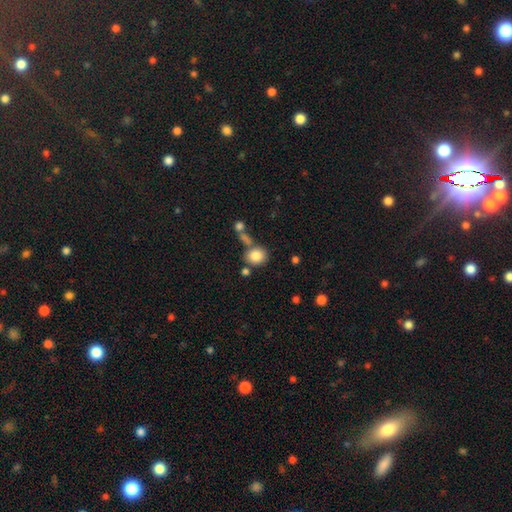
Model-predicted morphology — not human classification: This appears to be a smooth galaxy with no disk features (83%) that is round (74%). Merging: none (62%).